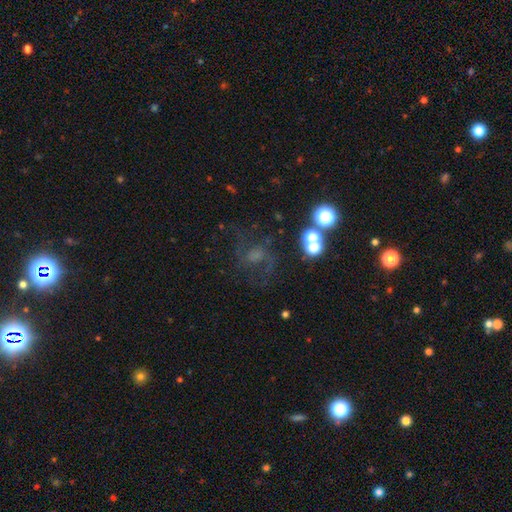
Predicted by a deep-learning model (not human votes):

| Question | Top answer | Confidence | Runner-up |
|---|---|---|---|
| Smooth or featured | featured or disk | 48% | star or artifact (27%) |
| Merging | none | 57% | major disturbance (21%) |